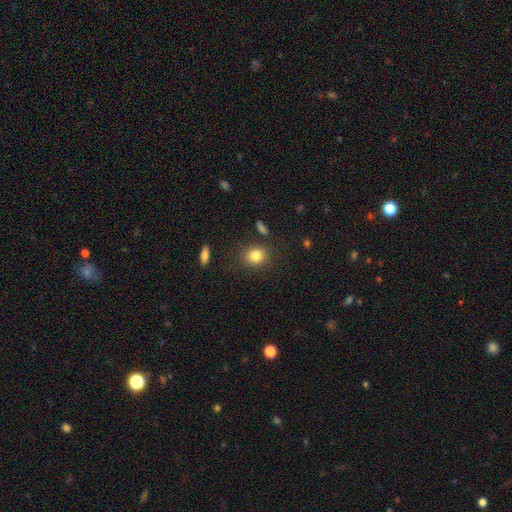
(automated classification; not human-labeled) Overall: smooth (82%). How rounded: round (62%; in between 37%). Merging: none (83%).